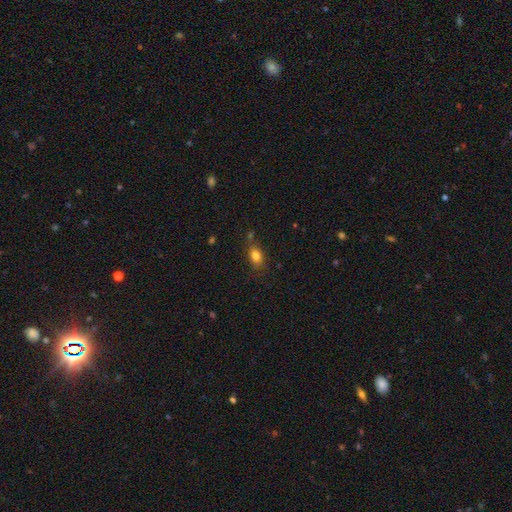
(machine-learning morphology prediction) type=smooth (81%); roundness=in between (80%); merging=none (72%).